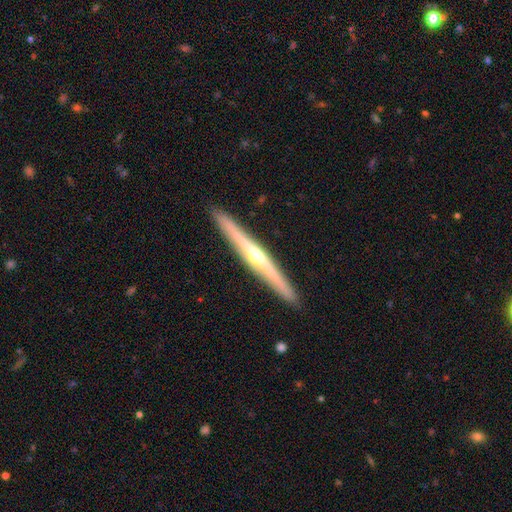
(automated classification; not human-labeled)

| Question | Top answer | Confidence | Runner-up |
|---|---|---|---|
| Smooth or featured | featured or disk | 80% | smooth (15%) |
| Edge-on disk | yes | 98% | no (2%) |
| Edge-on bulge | rounded | 88% | none (9%) |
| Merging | none | 93% | minor disturbance (5%) |